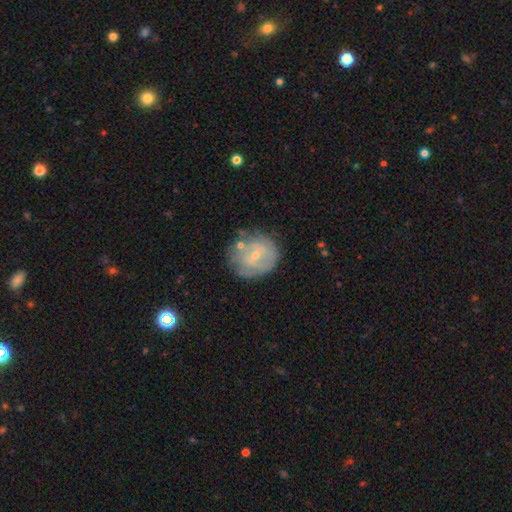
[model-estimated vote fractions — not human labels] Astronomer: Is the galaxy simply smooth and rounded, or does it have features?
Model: featured or disk — 62%.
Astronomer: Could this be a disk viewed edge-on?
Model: no — 97%.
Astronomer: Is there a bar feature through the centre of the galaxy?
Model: no — 54% (runner-up: weak, 39%).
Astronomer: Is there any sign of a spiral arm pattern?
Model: yes — 65%.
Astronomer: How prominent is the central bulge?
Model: small — 72%.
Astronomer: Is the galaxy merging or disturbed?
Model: none — 64%.